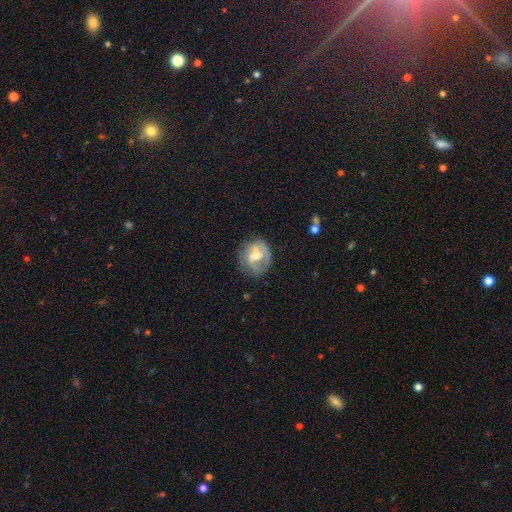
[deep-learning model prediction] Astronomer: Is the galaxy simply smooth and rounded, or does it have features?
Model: featured or disk — 67%.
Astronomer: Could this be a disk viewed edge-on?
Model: no — 97%.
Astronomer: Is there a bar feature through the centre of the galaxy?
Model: weak — 48% (runner-up: no, 37%).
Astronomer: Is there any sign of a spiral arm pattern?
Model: yes — 72%.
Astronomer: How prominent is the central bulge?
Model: moderate — 59%.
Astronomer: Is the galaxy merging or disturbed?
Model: none — 55%.